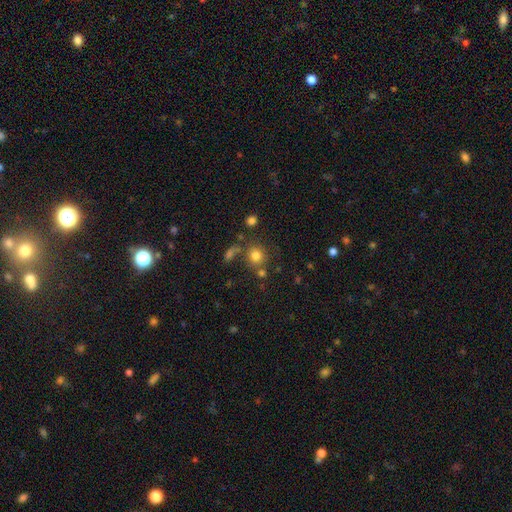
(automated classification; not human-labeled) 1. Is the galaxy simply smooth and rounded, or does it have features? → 78% smooth, 14% star or artifact, 8% featured or disk.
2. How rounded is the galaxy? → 86% round, 13% in between, 1% cigar-shaped.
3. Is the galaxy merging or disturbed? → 70% none, 13% merger, 11% minor disturbance, 5% major disturbance.